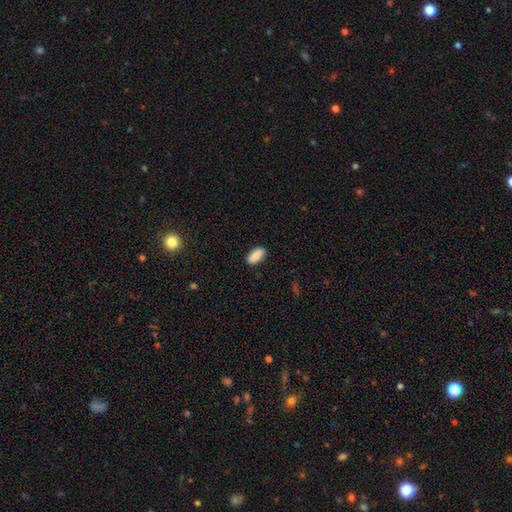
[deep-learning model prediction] Smooth or featured?
  - smooth: 82% *
  - featured or disk: 11%
  - star or artifact: 7%
How rounded?
  - in between: 84% *
  - cigar-shaped: 13%
  - round: 3%
Merging?
  - none: 85% *
  - minor disturbance: 11%
  - major disturbance: 2%
  - merger: 1%